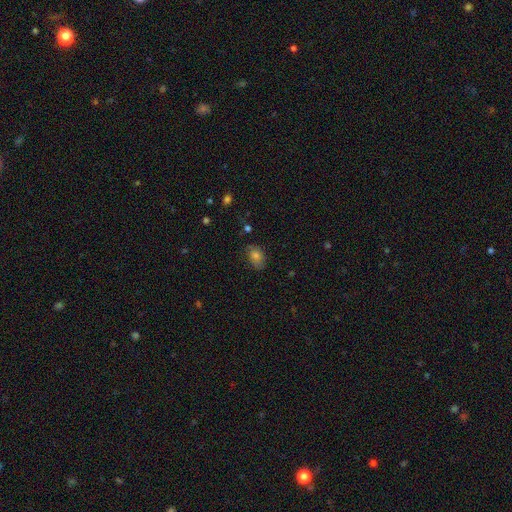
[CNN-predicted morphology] Smooth or featured? Predicted: smooth (p=0.74). How rounded? Predicted: in between (p=0.81). Merging? Predicted: none (p=0.72).